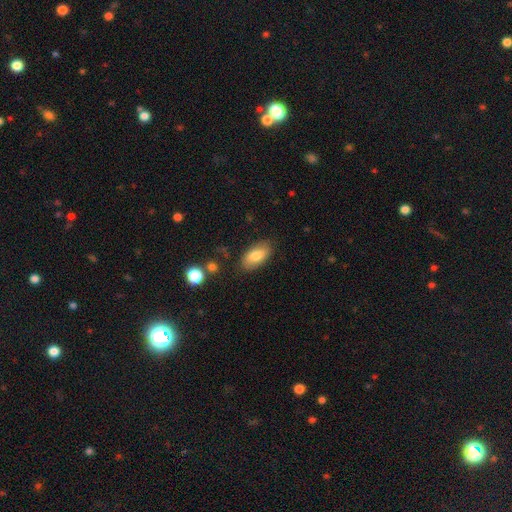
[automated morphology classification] This is clearly a smooth galaxy (81%). How rounded: clearly in between (92%). Merging: clearly none (82%).